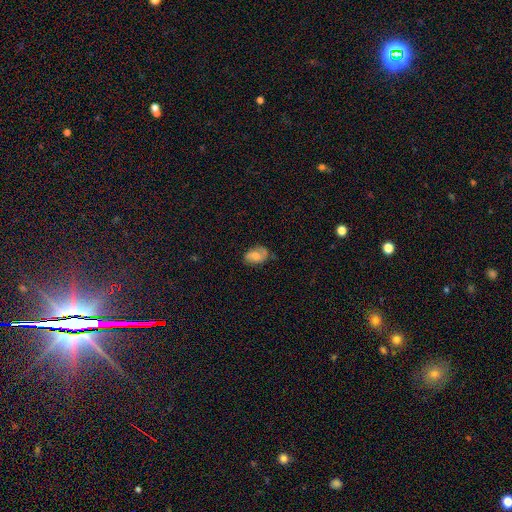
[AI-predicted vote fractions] Q: Smooth or featured?
A: smooth (58%); runner-up: featured or disk (34%)
Q: How rounded?
A: in between (87%); runner-up: round (12%)
Q: Merging?
A: none (64%); runner-up: minor disturbance (26%)